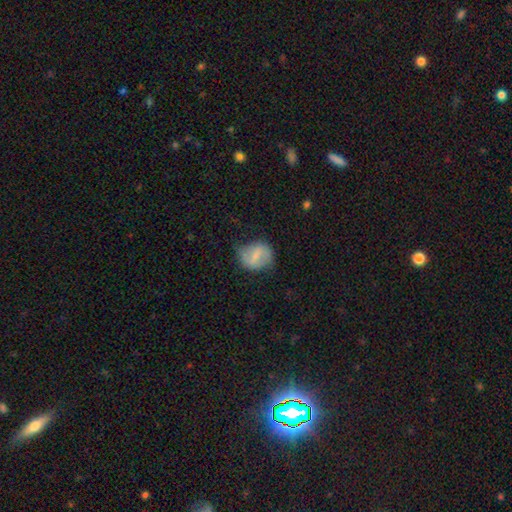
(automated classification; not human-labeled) A smooth galaxy with no disk features (55%) that is round (64%). Merging: none (65%).